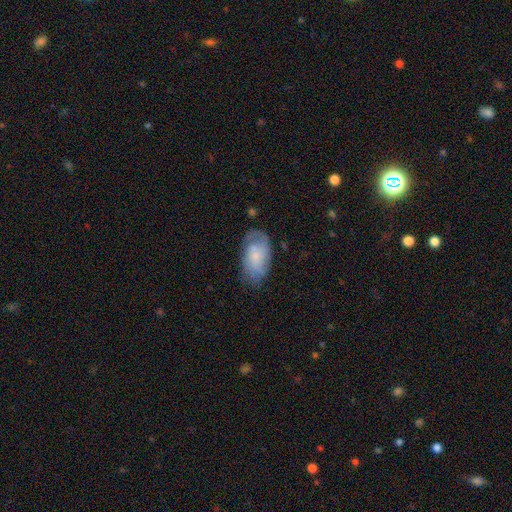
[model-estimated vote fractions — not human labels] Smooth or featured: smooth — 51% (featured or disk — 41%)
How rounded: in between — 93% (round — 4%)
Merging: none — 65% (minor disturbance — 25%)